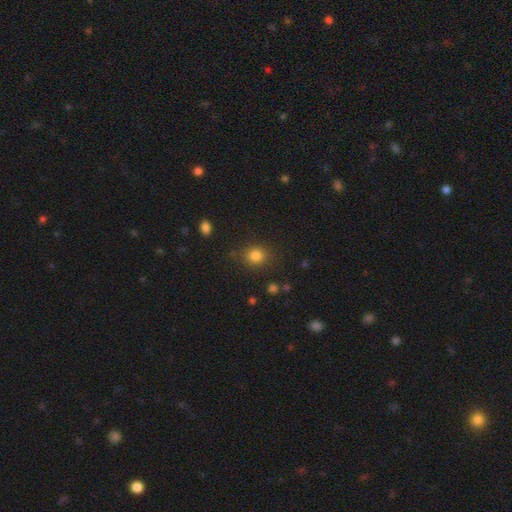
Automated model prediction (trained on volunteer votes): Q: Smooth or featured?
A: smooth (82%); runner-up: star or artifact (12%)
Q: How rounded?
A: round (76%); runner-up: in between (23%)
Q: Merging?
A: none (84%); runner-up: minor disturbance (10%)